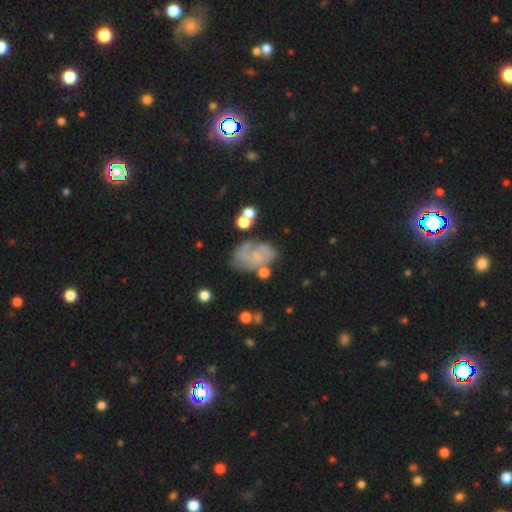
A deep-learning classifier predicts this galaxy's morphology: Smooth or featured?
  - featured or disk: 59% *
  - smooth: 29%
  - star or artifact: 13%
Edge-on disk?
  - no: 97% *
  - yes: 3%
Bar?
  - no: 75% *
  - weak: 20%
  - strong: 5%
Spiral arms?
  - yes: 71% *
  - no: 29%
Bulge size?
  - none: 54% *
  - small: 30%
  - moderate: 11%
  - large: 2%
  - dominant: 1%
Merging?
  - none: 49% *
  - minor disturbance: 24%
  - major disturbance: 17%
  - merger: 9%